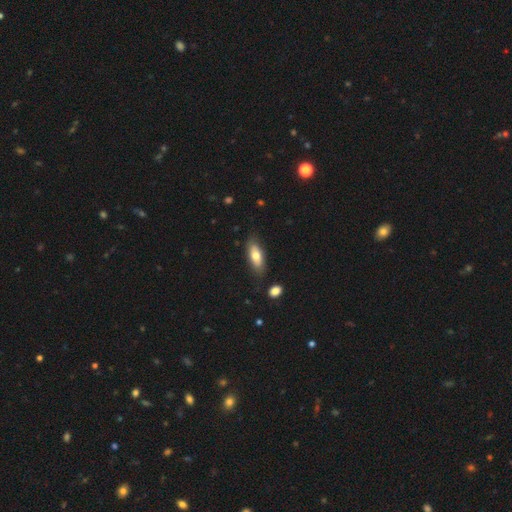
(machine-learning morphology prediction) Smooth or featured? smooth (69%)
How rounded? in between (76%)
Merging? none (79%)